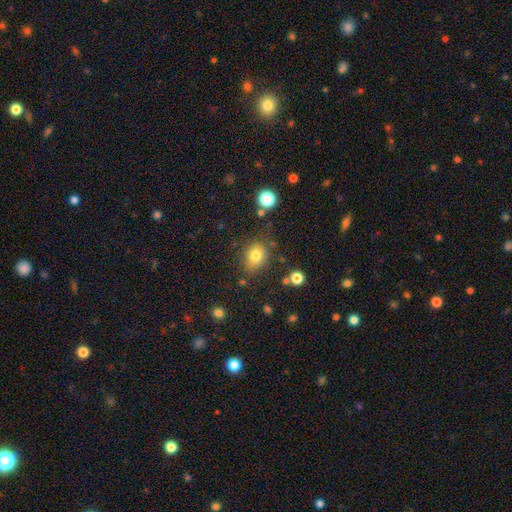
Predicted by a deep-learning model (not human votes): Q: Smooth or featured?
A: smooth (79%); runner-up: star or artifact (12%)
Q: How rounded?
A: in between (53%); runner-up: round (46%)
Q: Merging?
A: none (75%); runner-up: minor disturbance (16%)